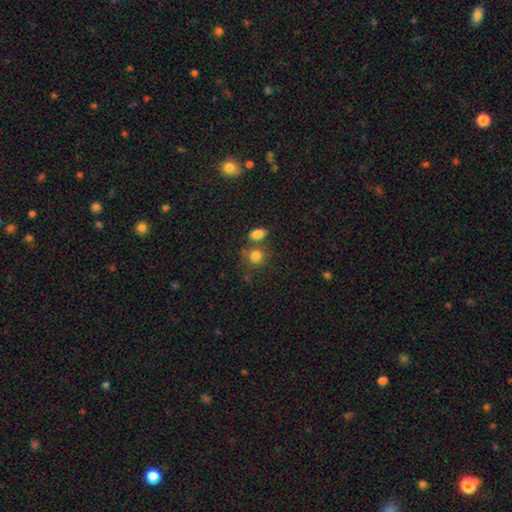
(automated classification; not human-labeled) This appears to be a smooth galaxy with no disk features (81%) that is round (72%). Merging: none (56%).